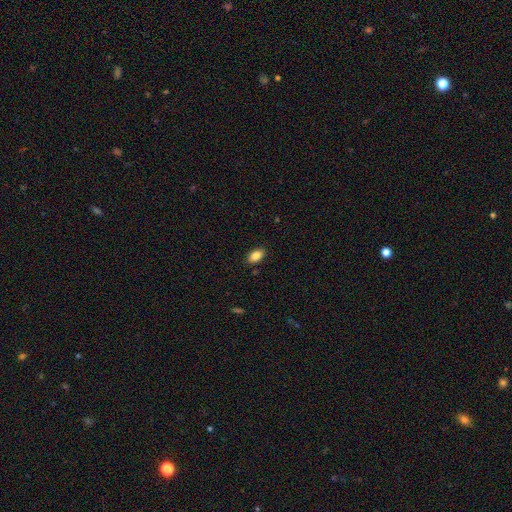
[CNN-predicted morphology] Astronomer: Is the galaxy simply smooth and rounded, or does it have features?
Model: smooth — 87%.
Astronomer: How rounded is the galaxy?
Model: in between — 92%.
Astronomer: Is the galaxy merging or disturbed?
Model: none — 87%.